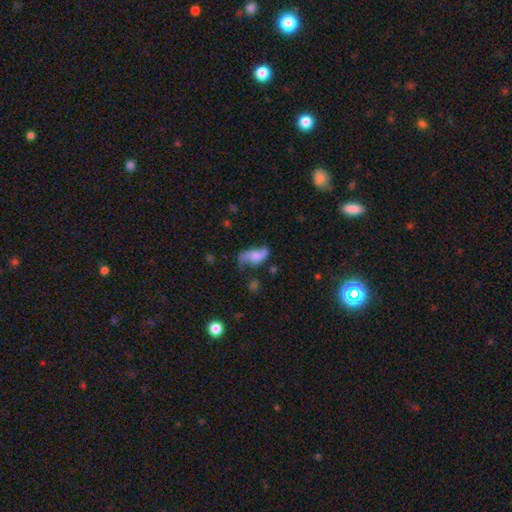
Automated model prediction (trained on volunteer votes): This appears to be a featured or disk galaxy (55%) with no bar (67%), spiral arms (82%) and no central bulge (37%). Merging: none (42%).